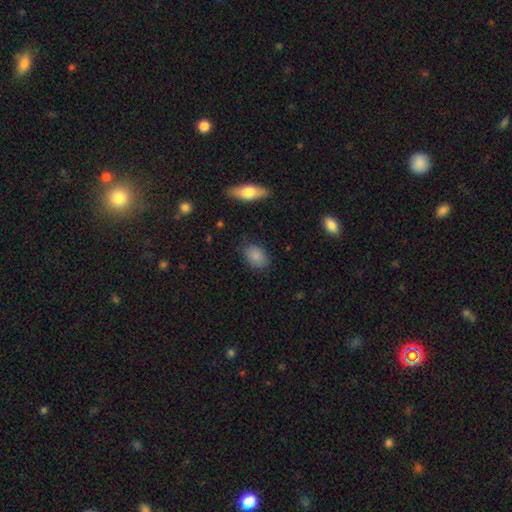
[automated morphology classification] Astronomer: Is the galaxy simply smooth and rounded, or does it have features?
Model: smooth — 86%.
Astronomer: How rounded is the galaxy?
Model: in between — 78%.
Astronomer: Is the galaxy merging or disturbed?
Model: none — 81%.